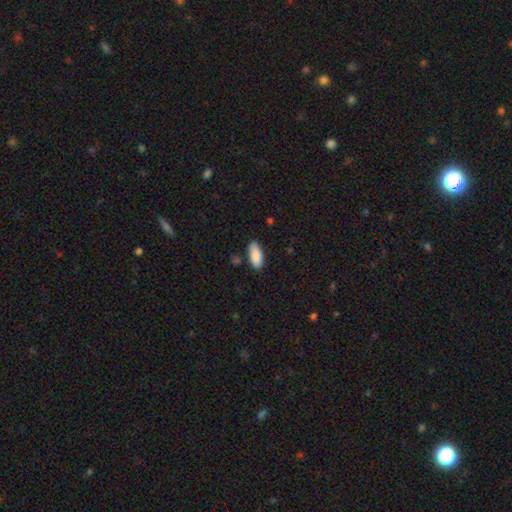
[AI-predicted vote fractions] Morphology: type=smooth (89%); roundness=in between (85%); merging=none (80%).